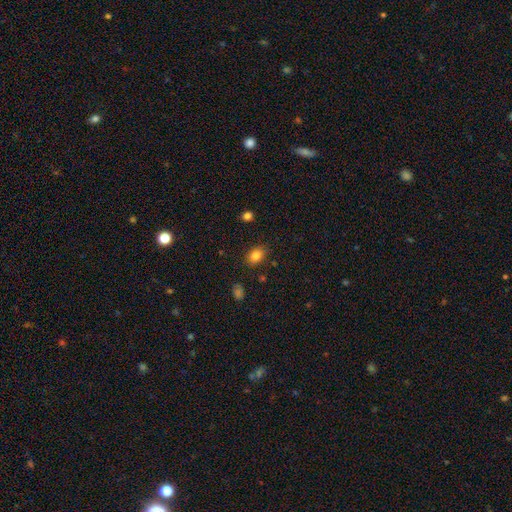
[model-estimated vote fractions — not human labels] Morphology: type=smooth (83%); roundness=in between (74%); merging=none (84%).